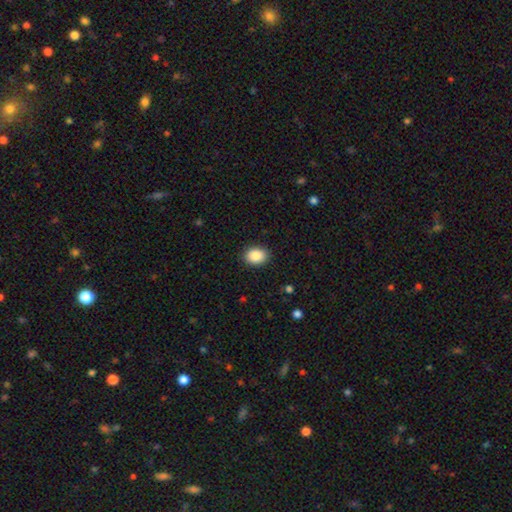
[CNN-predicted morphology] Q: Smooth or featured?
A: smooth (88%); runner-up: star or artifact (8%)
Q: How rounded?
A: in between (63%); runner-up: round (36%)
Q: Merging?
A: none (90%); runner-up: minor disturbance (7%)